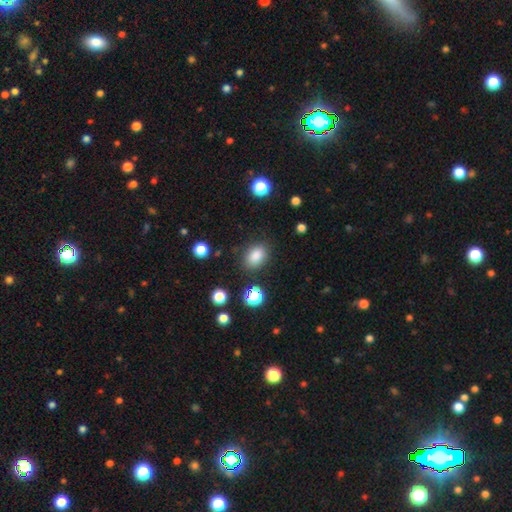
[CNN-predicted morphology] Smooth or featured? Predicted: smooth (p=0.83). How rounded? Predicted: in between (p=0.73). Merging? Predicted: none (p=0.83).